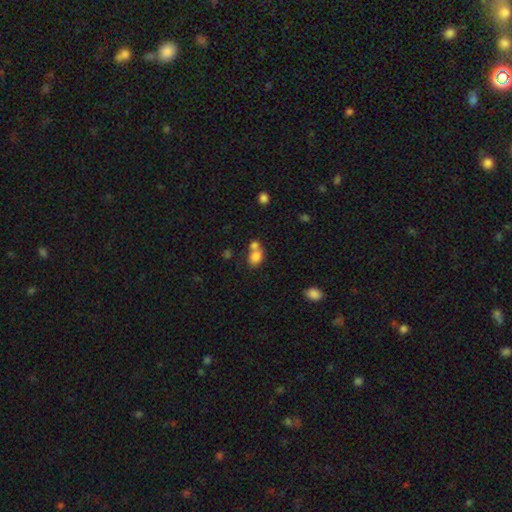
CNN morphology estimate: The model was most divided on "how rounded": in between: 53%, round: 45%, cigar-shaped: 1%. Remaining: smooth or featured — smooth (80%); merging — merger (50%).